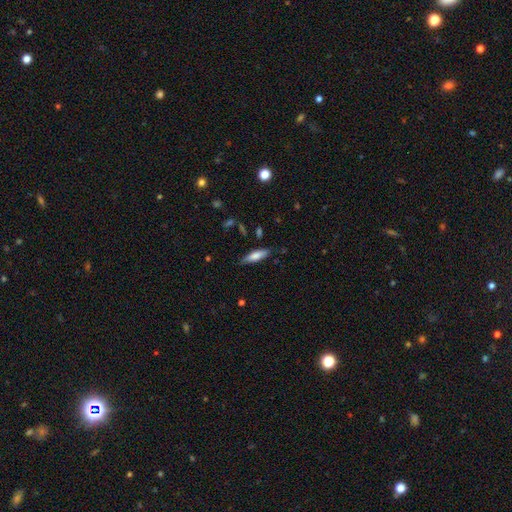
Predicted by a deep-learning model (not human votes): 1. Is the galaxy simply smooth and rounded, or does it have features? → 70% smooth, 23% featured or disk, 7% star or artifact.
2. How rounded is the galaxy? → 57% cigar-shaped, 42% in between, 2% round.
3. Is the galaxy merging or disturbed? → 80% none, 16% minor disturbance, 3% major disturbance, 2% merger.